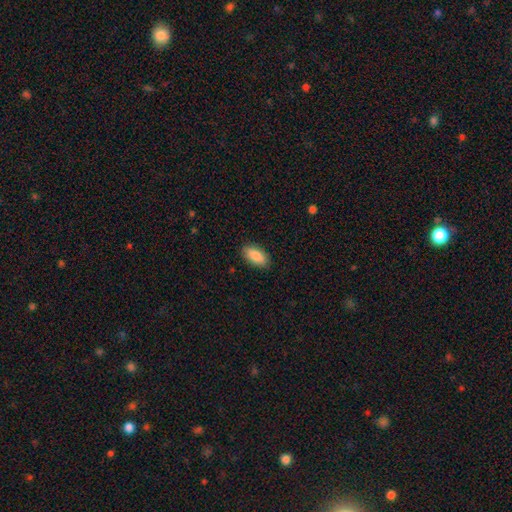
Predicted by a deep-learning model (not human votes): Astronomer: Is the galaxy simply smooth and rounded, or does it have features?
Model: smooth — 87%.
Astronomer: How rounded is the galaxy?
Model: in between — 91%.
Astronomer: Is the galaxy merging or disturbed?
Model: none — 87%.